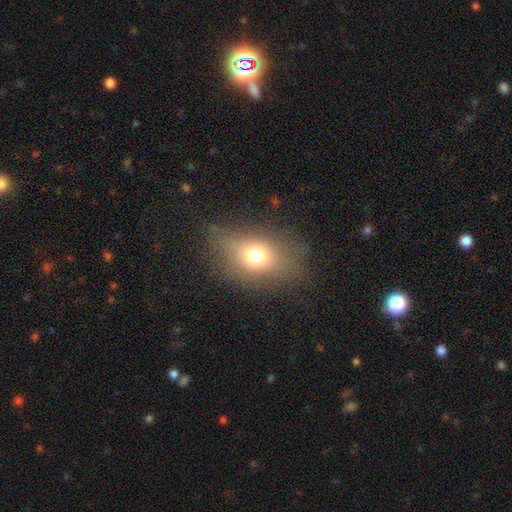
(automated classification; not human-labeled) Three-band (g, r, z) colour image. It shows a smooth galaxy with no disk features (67%) that is in between round and cigar-shaped (64%). Merging: none (73%).